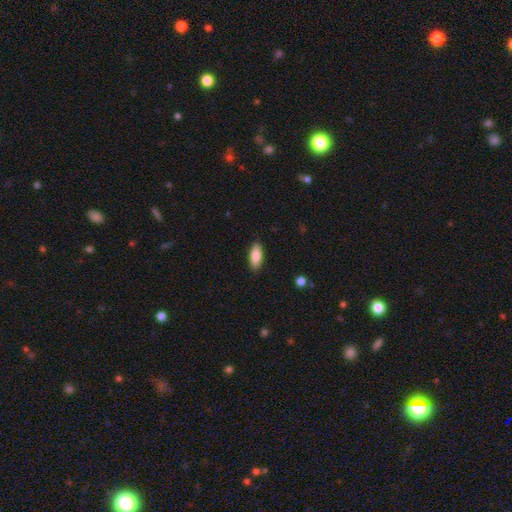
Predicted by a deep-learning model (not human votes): This is clearly a smooth galaxy (84%). How rounded: likely in between (79%). Merging: clearly none (89%).